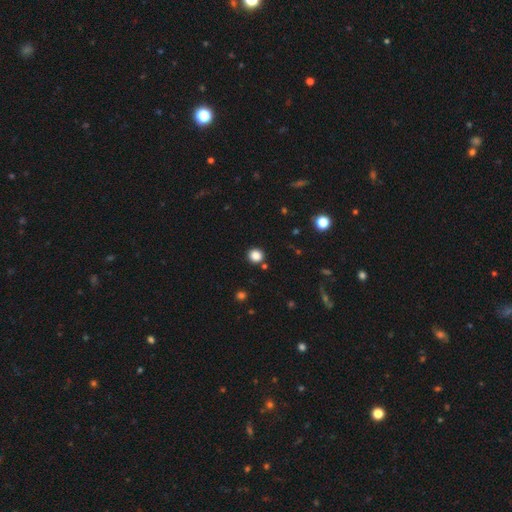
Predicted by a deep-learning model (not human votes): A smooth galaxy with no disk features (84%) that is round (90%). Merging: none (88%).